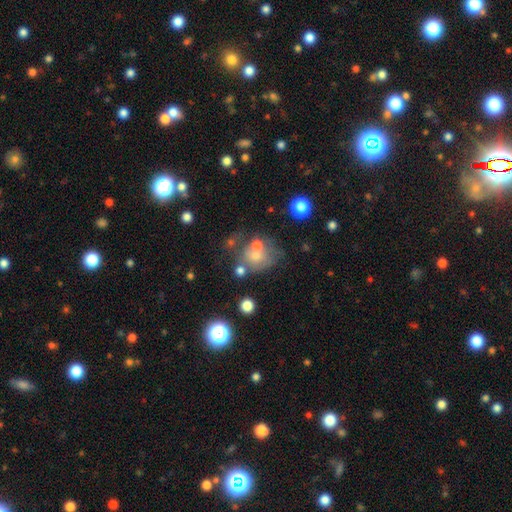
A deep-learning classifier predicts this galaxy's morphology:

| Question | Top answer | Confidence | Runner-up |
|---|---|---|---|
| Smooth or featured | smooth | 49% | featured or disk (29%) |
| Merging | none | 44% | merger (25%) |